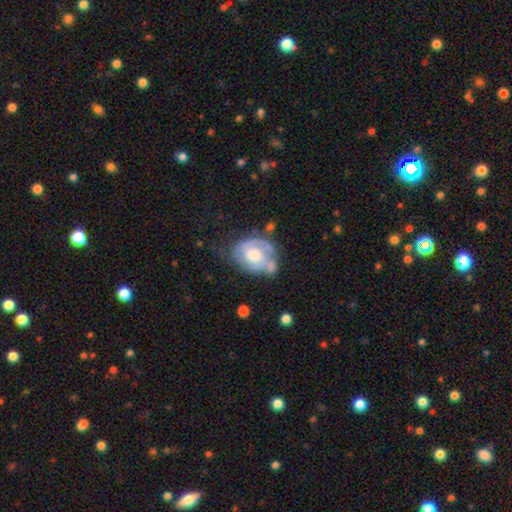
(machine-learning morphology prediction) Overall: featured or disk (67%). Edge-on disk: no (96%). Bar: no (68%). Spiral arms: yes (72%). Bulge size: moderate (66%). Merging: none (44%; minor disturbance 27%).